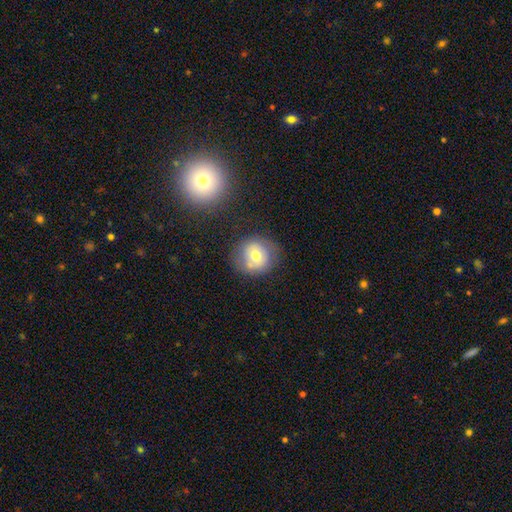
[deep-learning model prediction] smooth 67%, featured or disk 22%, star or artifact 11%. Down the decision tree: how rounded — round (85%); merging — none (68%).